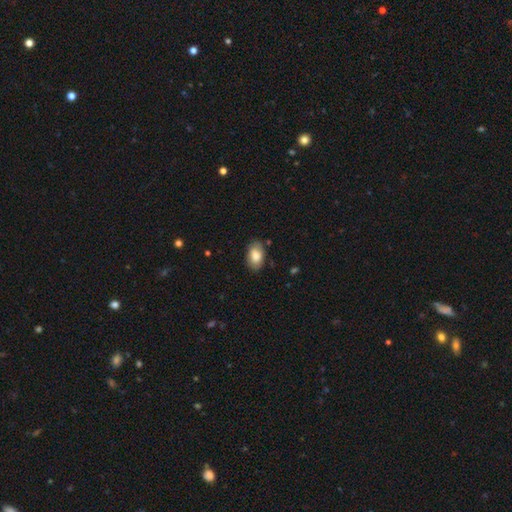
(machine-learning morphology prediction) This is clearly a smooth galaxy (82%). How rounded: clearly in between (92%). Merging: clearly none (82%).